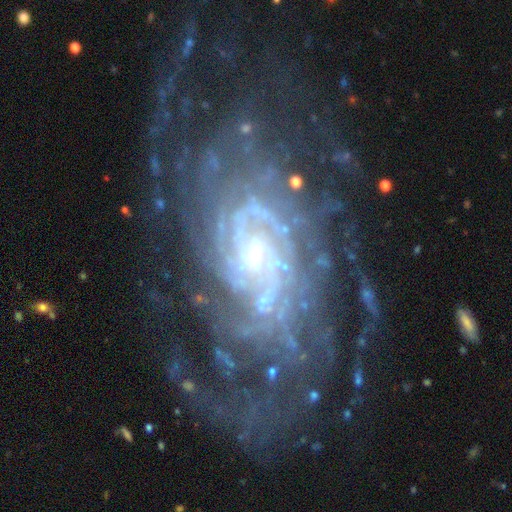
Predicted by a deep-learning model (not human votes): Smooth or featured? Predicted: featured or disk (p=0.90). Edge-on disk? Predicted: no (p=0.96). Bar? Predicted: no (p=0.51). Spiral arms? Predicted: yes (p=0.97). Spiral winding? Predicted: tight (p=0.67). Spiral arm count? Predicted: can't tell (p=0.30). Bulge size? Predicted: small (p=0.65). Merging? Predicted: none (p=0.65).